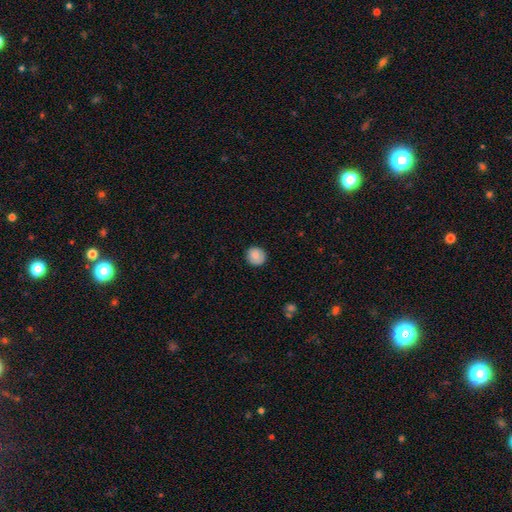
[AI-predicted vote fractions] smooth_or_featured: smooth (p=0.85) [alt: star or artifact p=0.08]
how_rounded: round (p=0.92) [alt: in between p=0.07]
merging: none (p=0.88) [alt: minor disturbance p=0.09]